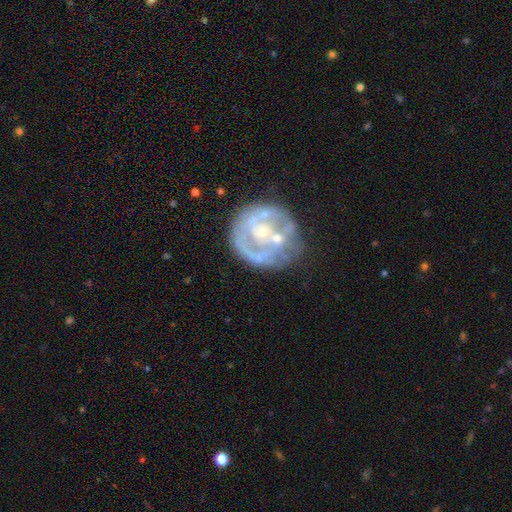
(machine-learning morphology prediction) Smooth or featured? featured or disk (73%)
Edge-on disk? no (98%)
Bar? no (84%)
Spiral arms? no (63%)
Bulge size? small (64%)
Merging? none (53%)